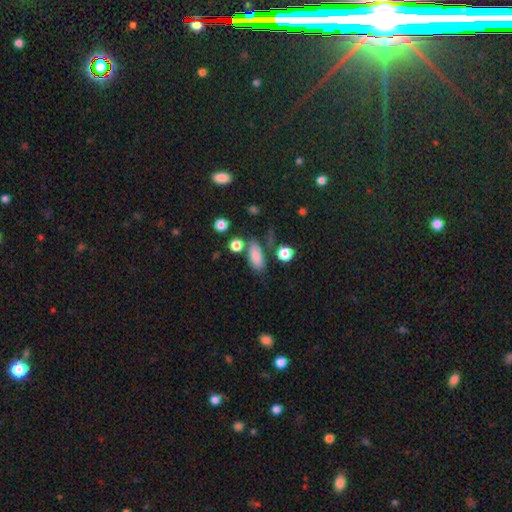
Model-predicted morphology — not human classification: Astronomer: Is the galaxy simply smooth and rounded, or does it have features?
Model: smooth — 81%.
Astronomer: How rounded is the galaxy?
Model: in between — 80%.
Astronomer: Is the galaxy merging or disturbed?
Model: none — 64%.